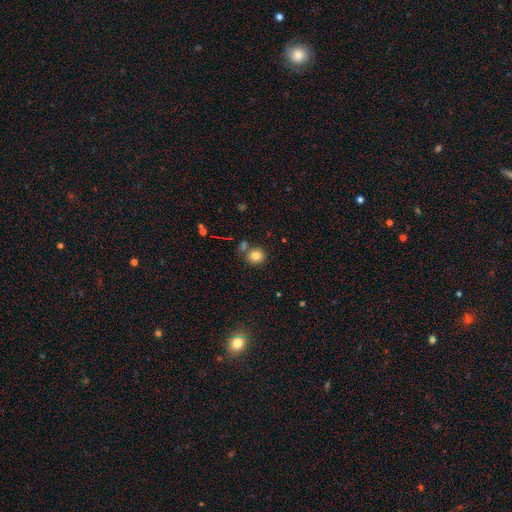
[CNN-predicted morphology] The model was most divided on "merging": none: 72%, merger: 15%, minor disturbance: 10%, major disturbance: 3%. More confident: smooth or featured — smooth (81%); how rounded — round (80%).